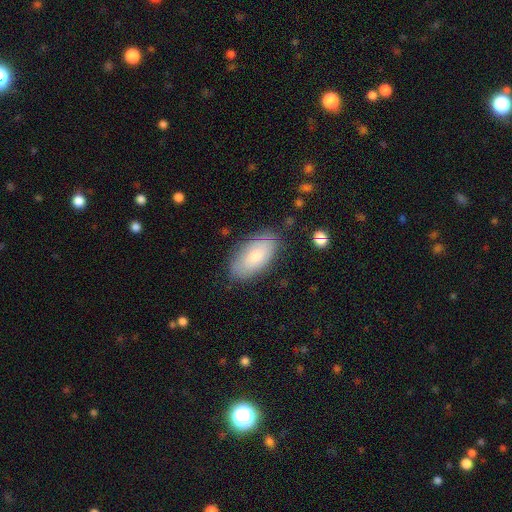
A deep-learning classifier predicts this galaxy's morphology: This appears to be a smooth galaxy with no disk features (73%) that is in between round and cigar-shaped (94%). Merging: none (78%).